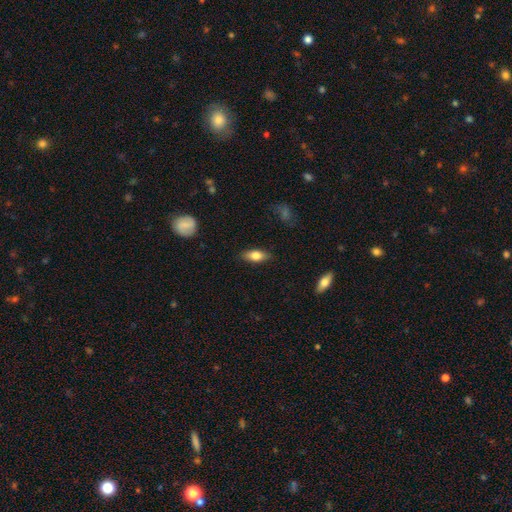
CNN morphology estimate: Q: Smooth or featured?
A: smooth (73%); runner-up: featured or disk (21%)
Q: How rounded?
A: in between (80%); runner-up: cigar-shaped (17%)
Q: Merging?
A: none (86%); runner-up: minor disturbance (11%)